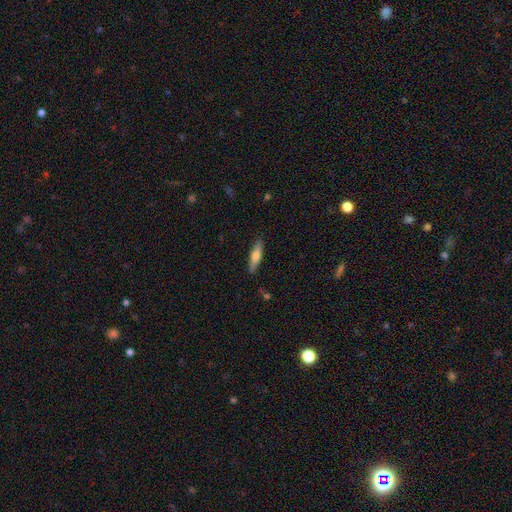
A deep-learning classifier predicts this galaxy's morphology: Q: Smooth or featured?
A: smooth (63%); runner-up: featured or disk (32%)
Q: How rounded?
A: cigar-shaped (69%); runner-up: in between (29%)
Q: Merging?
A: none (87%); runner-up: minor disturbance (10%)